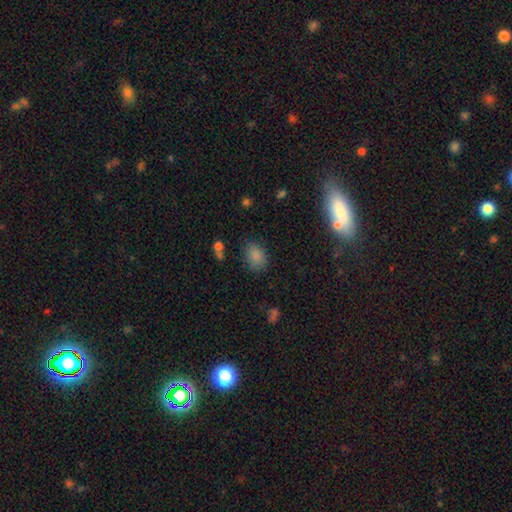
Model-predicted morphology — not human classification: Overall: smooth (84%). How rounded: in between (79%). Merging: none (79%).